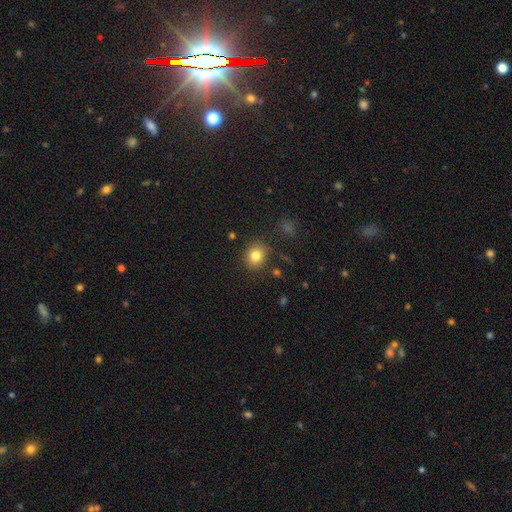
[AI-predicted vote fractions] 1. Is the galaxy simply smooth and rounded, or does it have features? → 81% smooth, 11% star or artifact, 8% featured or disk.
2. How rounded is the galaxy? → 73% round, 26% in between, 1% cigar-shaped.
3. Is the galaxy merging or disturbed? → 85% none, 10% minor disturbance, 3% major disturbance, 2% merger.